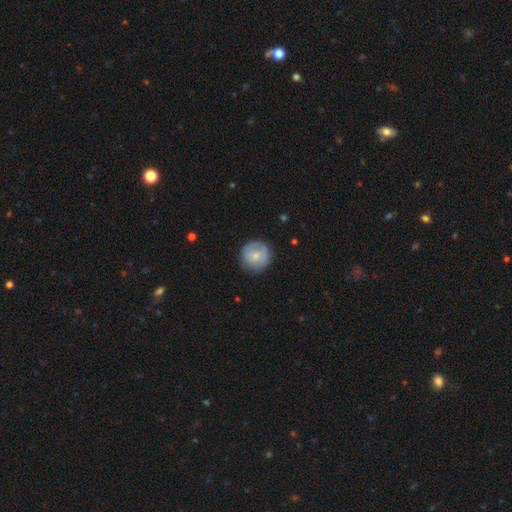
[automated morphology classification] Smooth or featured? Predicted: smooth (p=0.66). How rounded? Predicted: round (p=0.94). Merging? Predicted: none (p=0.79).